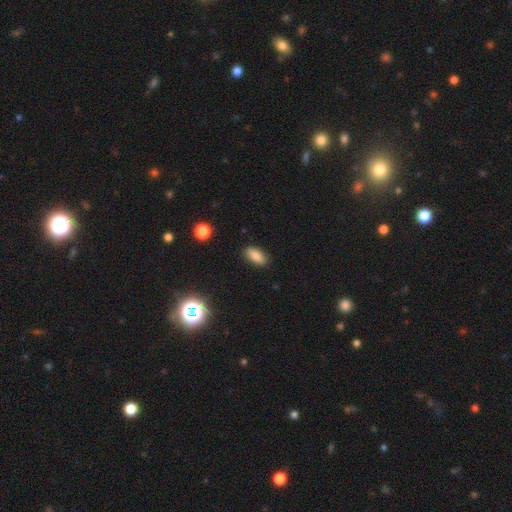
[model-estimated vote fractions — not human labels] Smooth or featured?
  - smooth: 83% *
  - star or artifact: 9%
  - featured or disk: 7%
How rounded?
  - in between: 87% *
  - cigar-shaped: 9%
  - round: 4%
Merging?
  - none: 87% *
  - minor disturbance: 9%
  - major disturbance: 2%
  - merger: 1%